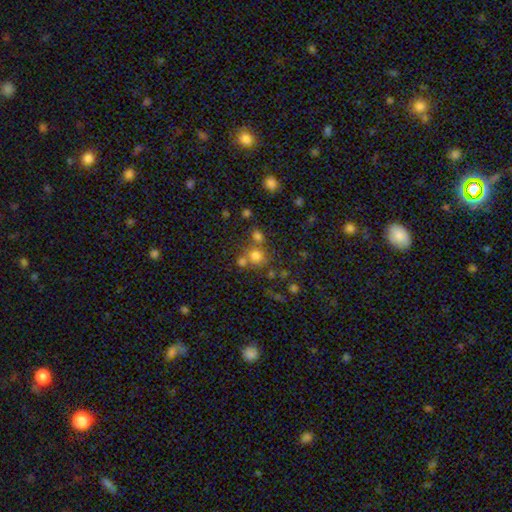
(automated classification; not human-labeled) This appears to be a smooth galaxy with no disk features (71%) that is round (85%). Merging: none (57%).